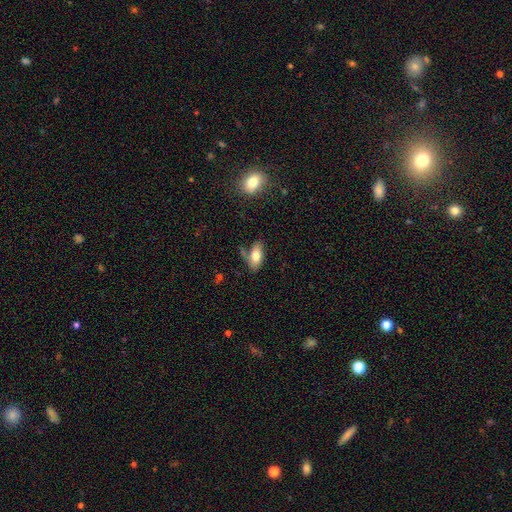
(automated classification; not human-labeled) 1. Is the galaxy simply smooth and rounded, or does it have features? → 74% smooth, 18% featured or disk, 8% star or artifact.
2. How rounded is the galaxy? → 89% in between, 7% cigar-shaped, 4% round.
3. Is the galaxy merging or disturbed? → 56% none, 23% minor disturbance, 11% merger, 10% major disturbance.